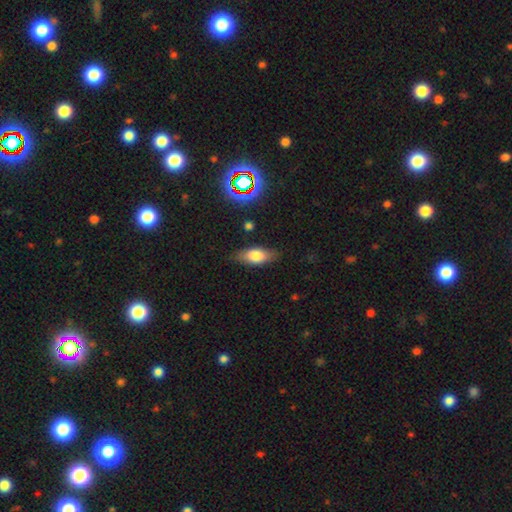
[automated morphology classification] Smooth or featured? smooth (72%)
How rounded? in between (80%)
Merging? none (80%)